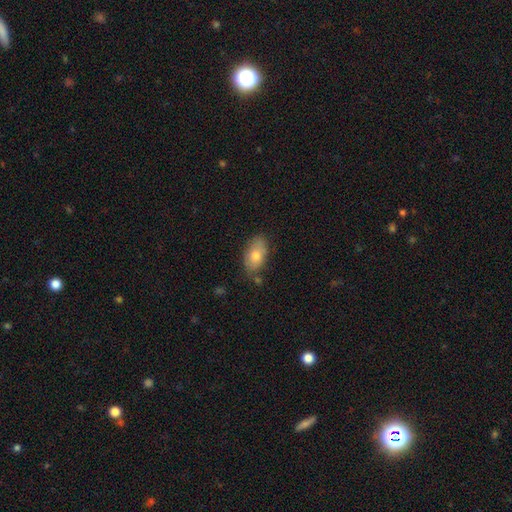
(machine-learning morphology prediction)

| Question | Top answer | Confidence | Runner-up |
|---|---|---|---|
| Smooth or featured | smooth | 75% | featured or disk (17%) |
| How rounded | in between | 91% | round (7%) |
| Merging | none | 72% | minor disturbance (20%) |